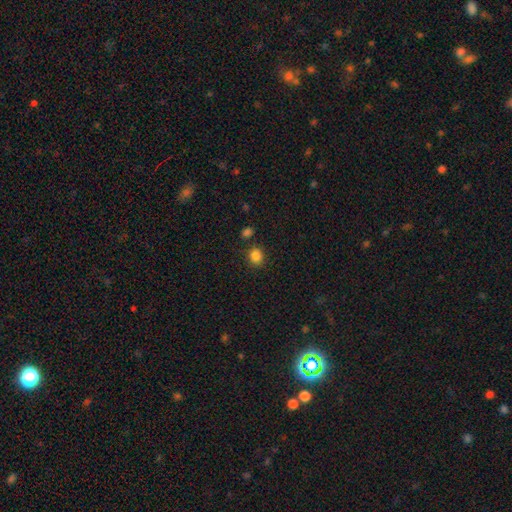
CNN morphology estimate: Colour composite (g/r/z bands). It shows a smooth galaxy with no disk features (85%) that is round (69%). Merging: none (81%).